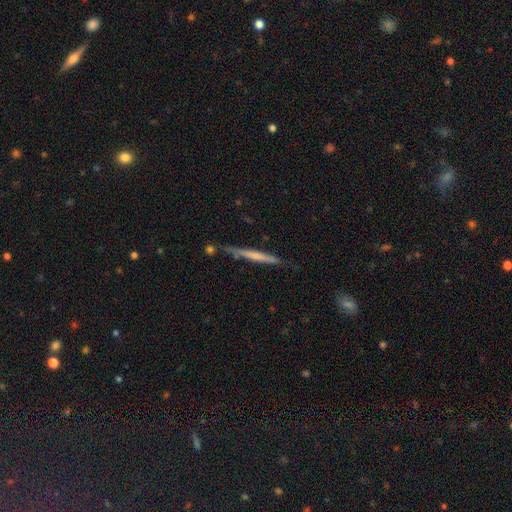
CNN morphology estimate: A featured or disk galaxy (49%). Merging: none (76%).